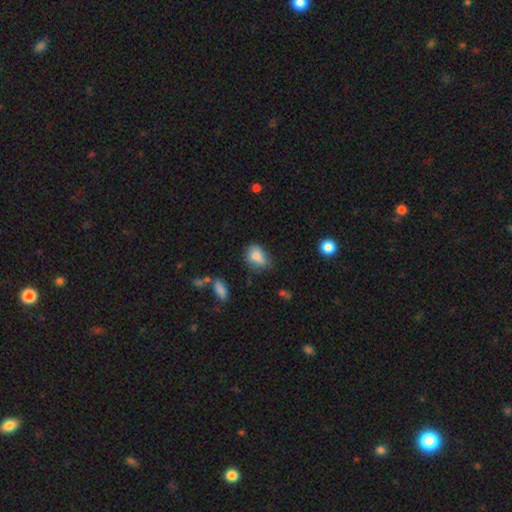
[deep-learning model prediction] Smooth or featured? Predicted: smooth (p=0.80). How rounded? Predicted: in between (p=0.72). Merging? Predicted: none (p=0.45).